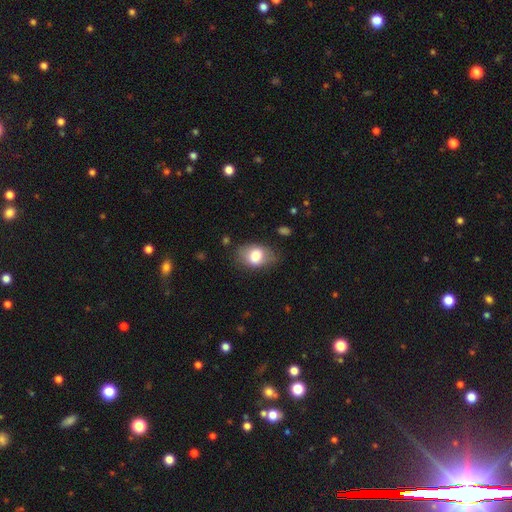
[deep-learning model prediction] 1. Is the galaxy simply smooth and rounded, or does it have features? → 76% smooth, 16% featured or disk, 8% star or artifact.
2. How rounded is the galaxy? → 77% in between, 21% round, 1% cigar-shaped.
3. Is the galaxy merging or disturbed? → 70% none, 21% minor disturbance, 7% major disturbance, 2% merger.